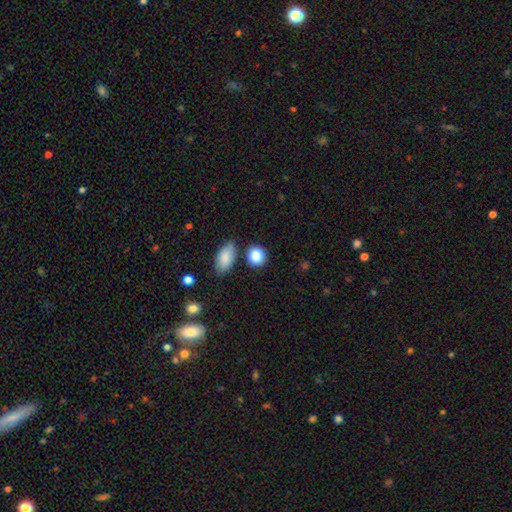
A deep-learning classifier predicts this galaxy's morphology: Smooth or featured? Predicted: smooth (p=0.87). How rounded? Predicted: round (p=0.69). Merging? Predicted: none (p=0.75).